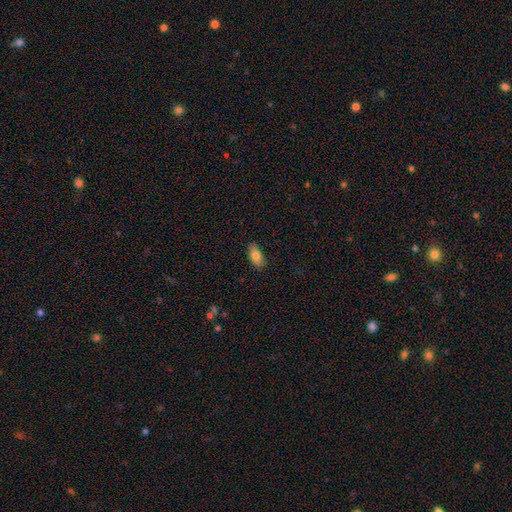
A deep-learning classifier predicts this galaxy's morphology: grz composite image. It shows a smooth galaxy with no disk features (80%) that is in between round and cigar-shaped (88%). Merging: none (85%).